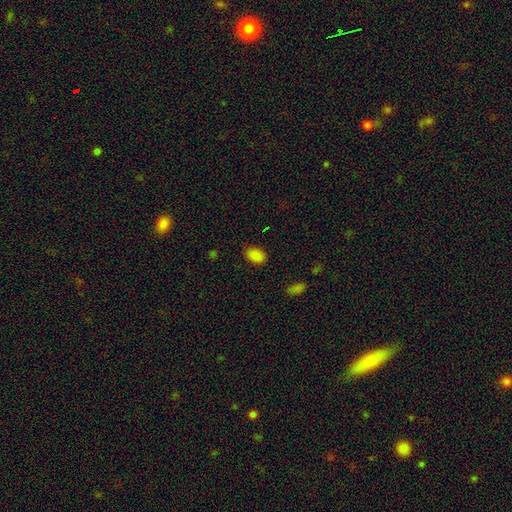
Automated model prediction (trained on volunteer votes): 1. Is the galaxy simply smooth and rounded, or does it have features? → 85% smooth, 12% star or artifact, 3% featured or disk.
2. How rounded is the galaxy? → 86% in between, 13% round, 1% cigar-shaped.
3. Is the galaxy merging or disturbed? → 82% none, 13% minor disturbance, 3% major disturbance, 1% merger.